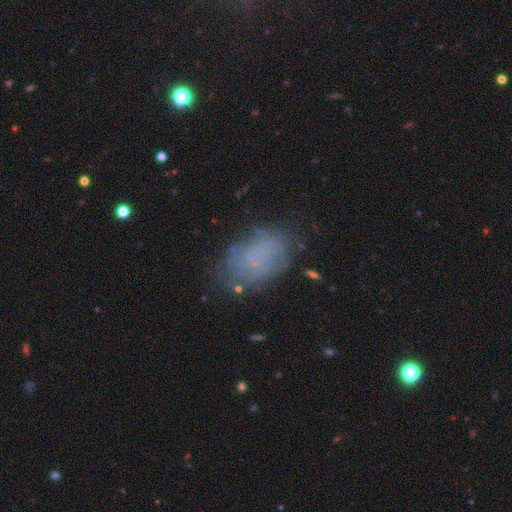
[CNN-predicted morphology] Overall: smooth (63%). How rounded: in between (86%). Merging: none (71%).